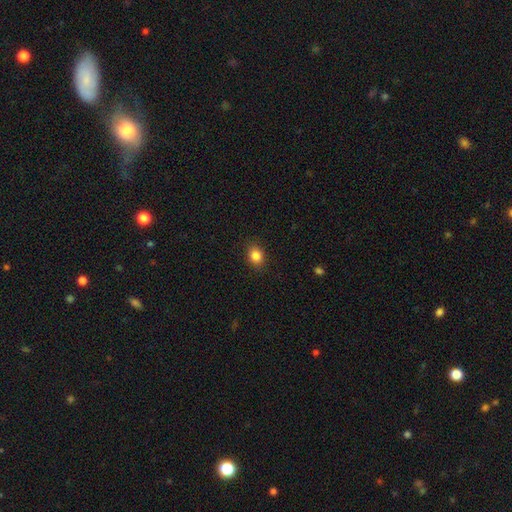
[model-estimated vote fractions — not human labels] Q: Smooth or featured?
A: smooth (85%); runner-up: star or artifact (10%)
Q: How rounded?
A: round (51%); runner-up: in between (48%)
Q: Merging?
A: none (88%); runner-up: minor disturbance (9%)